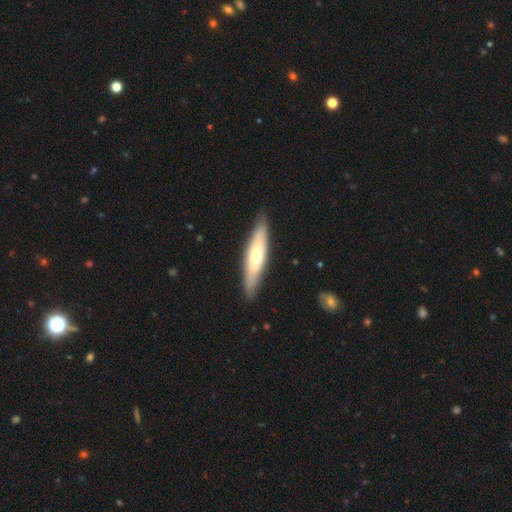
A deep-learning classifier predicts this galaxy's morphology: Smooth or featured? smooth (52%)
How rounded? cigar-shaped (74%)
Merging? none (86%)